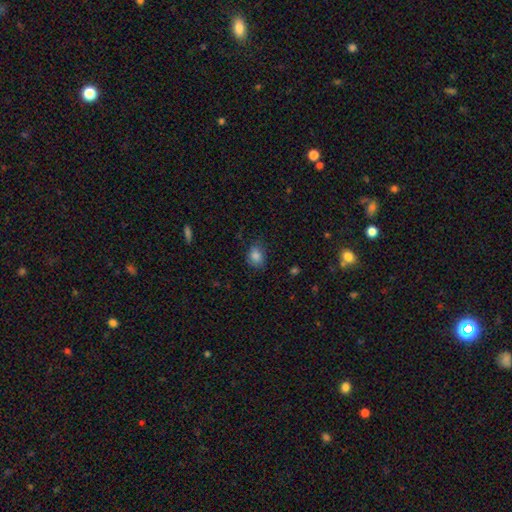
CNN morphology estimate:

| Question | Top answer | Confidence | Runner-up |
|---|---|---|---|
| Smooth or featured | smooth | 84% | star or artifact (10%) |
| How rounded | round | 50% | in between (49%) |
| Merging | none | 71% | minor disturbance (22%) |